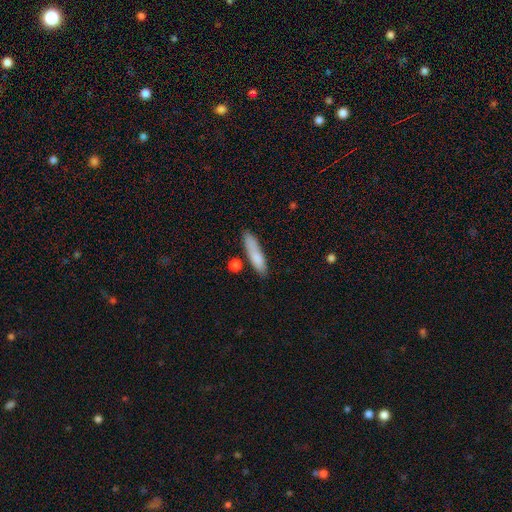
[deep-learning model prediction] A smooth galaxy with no disk features (80%) that is cigar-shaped (78%). Merging: none (75%).